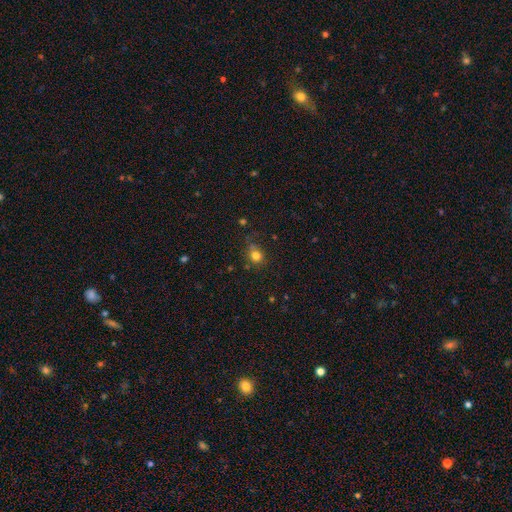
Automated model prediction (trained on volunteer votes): A smooth galaxy with no disk features (78%) that is round (78%).

Vote fractions:
- Smooth or featured? smooth: 78% / star or artifact: 14% / featured or disk: 7%
- How rounded? round: 78% / in between: 21% / cigar-shaped: 1%
- Merging? none: 68% / minor disturbance: 21% / major disturbance: 7% / merger: 5%